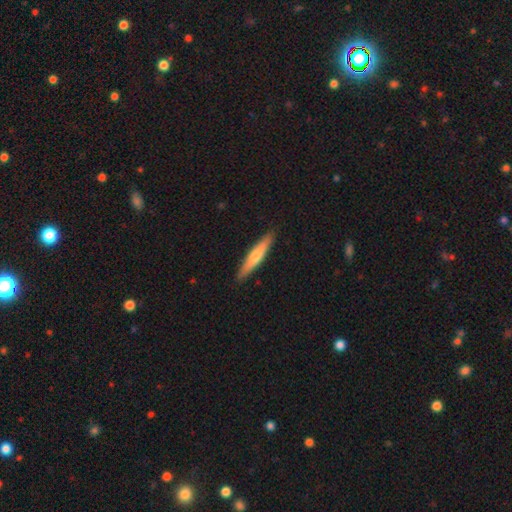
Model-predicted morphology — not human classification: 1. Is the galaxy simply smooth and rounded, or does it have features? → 55% smooth, 40% featured or disk, 5% star or artifact.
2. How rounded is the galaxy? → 89% cigar-shaped, 10% in between, 1% round.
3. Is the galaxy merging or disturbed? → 90% none, 7% minor disturbance, 1% major disturbance, 1% merger.